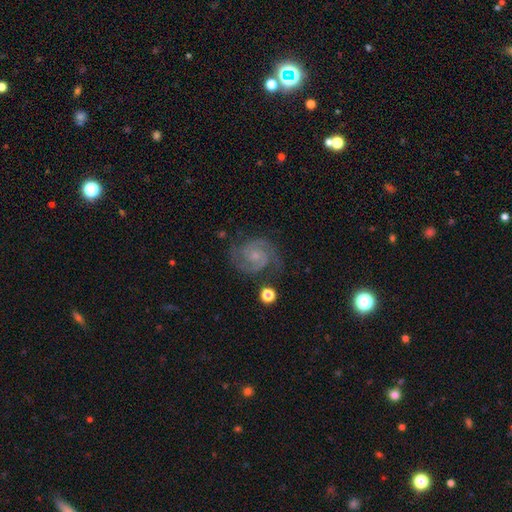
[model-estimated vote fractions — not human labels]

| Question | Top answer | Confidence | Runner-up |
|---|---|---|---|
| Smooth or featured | featured or disk | 88% | star or artifact (6%) |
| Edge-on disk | no | 98% | yes (2%) |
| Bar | no | 65% | weak (30%) |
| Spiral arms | yes | 98% | no (2%) |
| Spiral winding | tight | 49% | medium (44%) |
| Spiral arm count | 2 | 83% | 3 (7%) |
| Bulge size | small | 68% | moderate (19%) |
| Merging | none | 76% | minor disturbance (16%) |